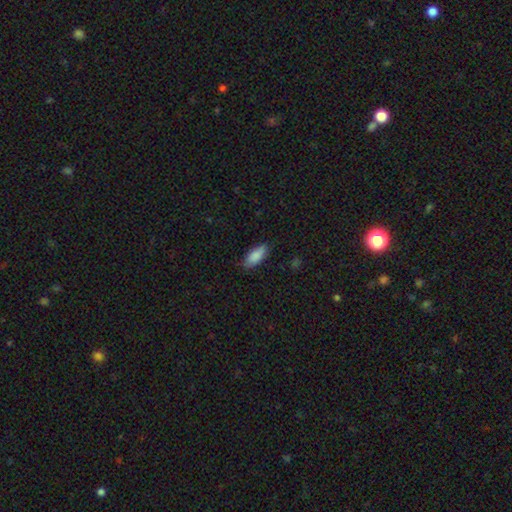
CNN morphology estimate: smooth-or-featured: smooth: 87% | featured or disk: 7% | star or artifact: 6%
  how-rounded: in between: 79% | cigar-shaped: 19% | round: 2%
  merging: none: 83% | minor disturbance: 14% | major disturbance: 3% | merger: 1%